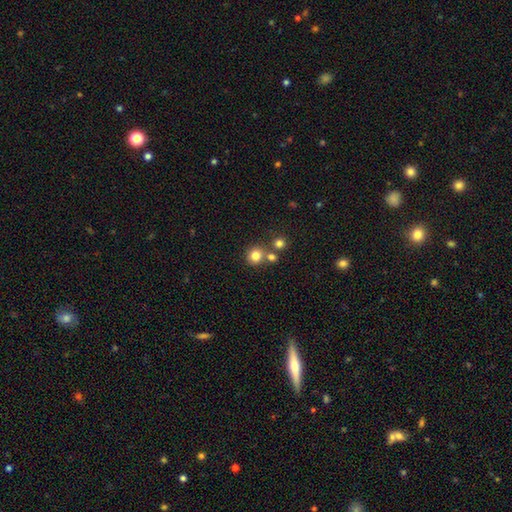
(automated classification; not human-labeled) Smooth or featured? smooth (80%)
How rounded? round (89%)
Merging? none (67%)